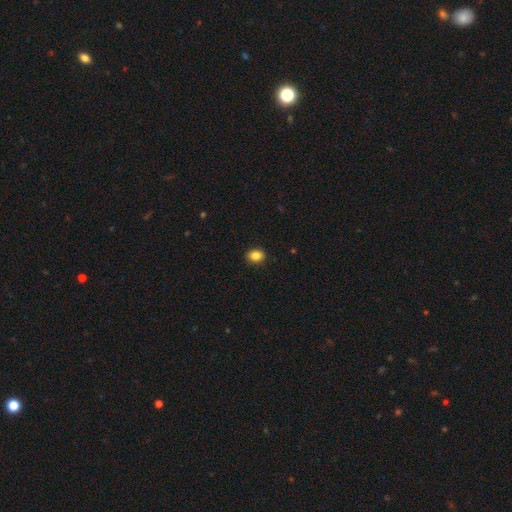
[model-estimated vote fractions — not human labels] This appears to be a smooth galaxy with no disk features (86%) that is round (51%). Merging: none (90%).